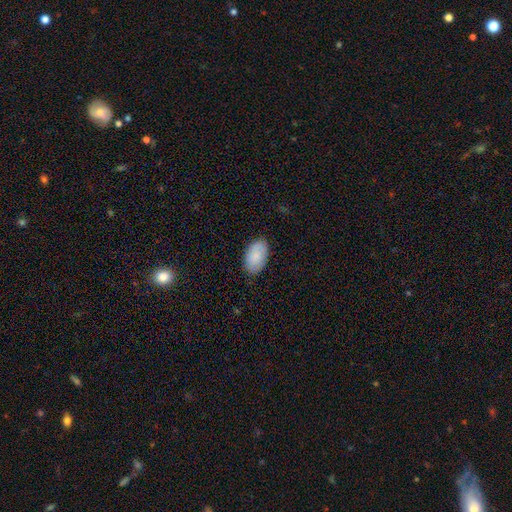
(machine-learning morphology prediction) smooth-or-featured: smooth: 84% | featured or disk: 10% | star or artifact: 6%
  how-rounded: in between: 95% | round: 4% | cigar-shaped: 1%
  merging: none: 84% | minor disturbance: 12% | major disturbance: 2% | merger: 1%